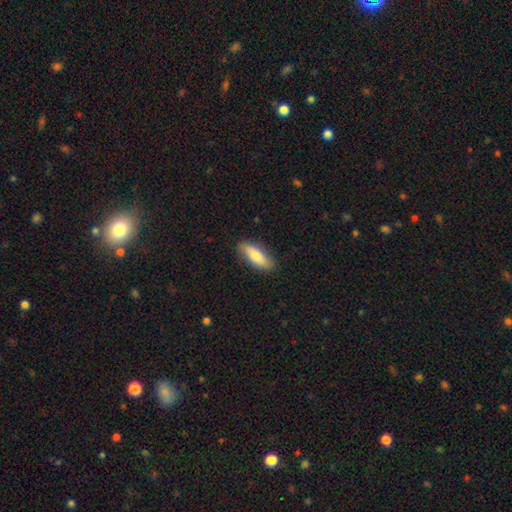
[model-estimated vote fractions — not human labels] Overall: smooth (73%). How rounded: in between (61%; cigar-shaped 36%). Merging: none (86%).